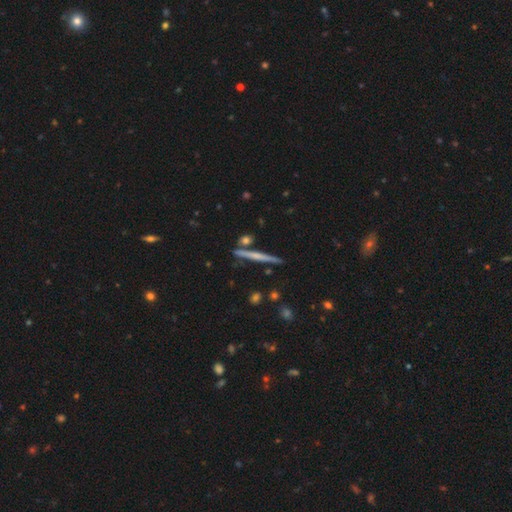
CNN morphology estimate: This is possibly a featured or disk galaxy (58%). It is clearly viewed edge-on (97%). Edge-on bulge: possibly none (56%). Merging: clearly none (85%).